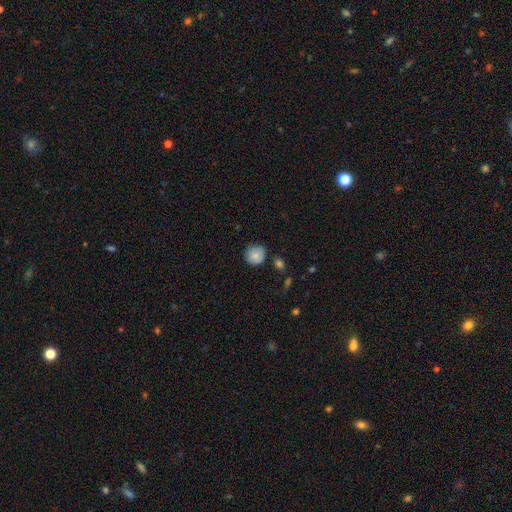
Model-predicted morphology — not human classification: A smooth galaxy with no disk features (83%) that is round (91%).

Vote fractions:
- Smooth or featured? smooth: 83% / featured or disk: 9% / star or artifact: 8%
- How rounded? round: 91% / in between: 8% / cigar-shaped: 1%
- Merging? none: 76% / minor disturbance: 19% / major disturbance: 3% / merger: 3%